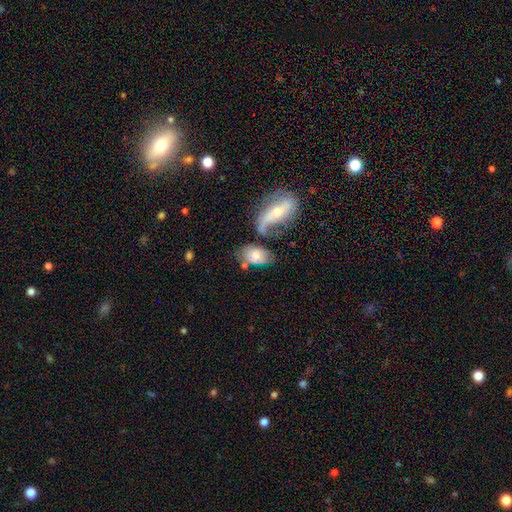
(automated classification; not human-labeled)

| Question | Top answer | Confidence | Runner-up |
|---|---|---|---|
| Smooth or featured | smooth | 55% | featured or disk (36%) |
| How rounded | in between | 90% | round (8%) |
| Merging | none | 37% | merger (30%) |